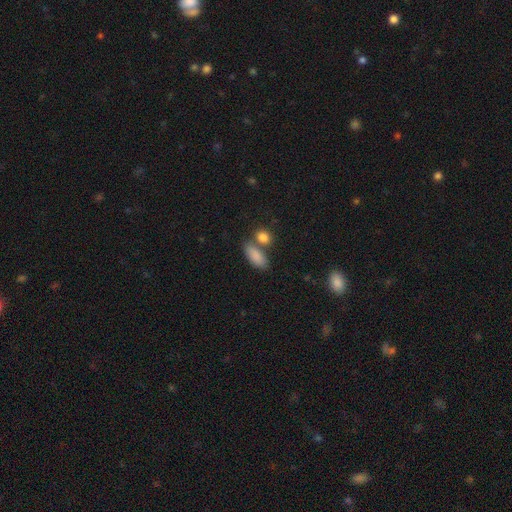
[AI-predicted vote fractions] Q: Smooth or featured?
A: smooth (87%); runner-up: star or artifact (7%)
Q: How rounded?
A: in between (85%); runner-up: cigar-shaped (10%)
Q: Merging?
A: none (58%); runner-up: merger (25%)